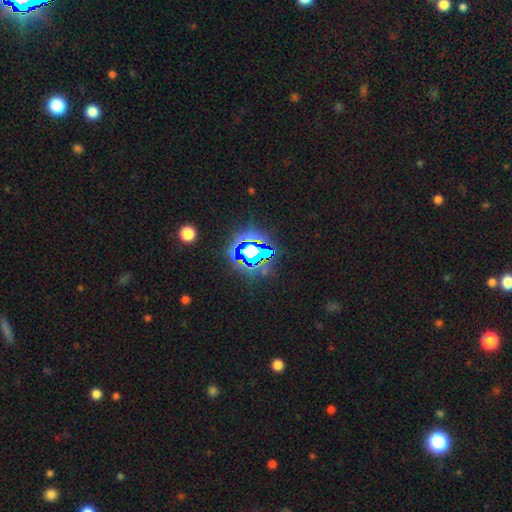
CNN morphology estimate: Smooth or featured? Predicted: star or artifact (p=0.79).